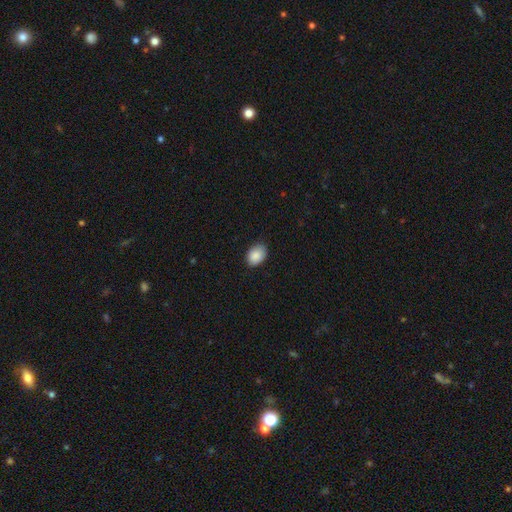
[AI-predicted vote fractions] Smooth or featured: smooth — 89% (star or artifact — 7%)
How rounded: in between — 80% (round — 19%)
Merging: none — 83% (minor disturbance — 14%)